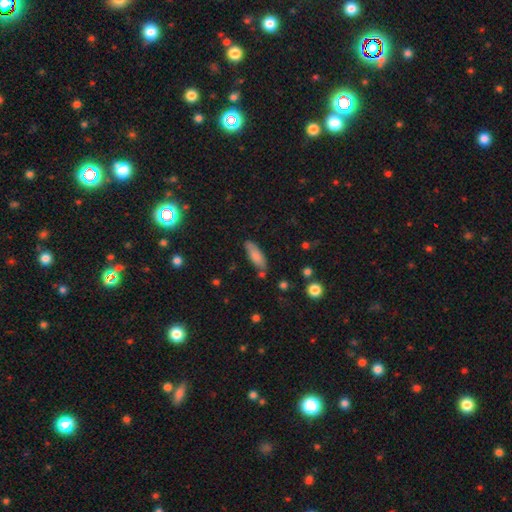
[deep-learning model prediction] A smooth galaxy with no disk features (81%) that is in between round and cigar-shaped (60%). Merging: none (74%).